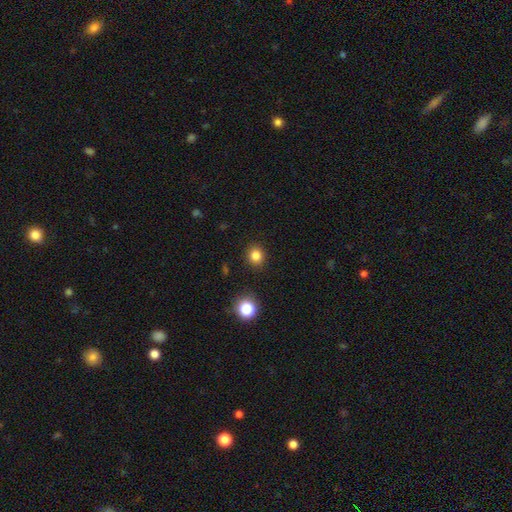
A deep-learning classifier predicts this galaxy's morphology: Overall: smooth (82%). How rounded: round (82%). Merging: none (89%).